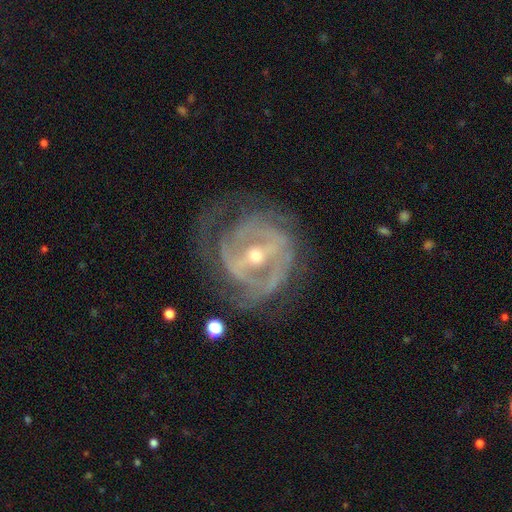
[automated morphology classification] smooth-or-featured: featured or disk: 88% | smooth: 7% | star or artifact: 6%
  disk-edge-on: no: 95% | yes: 5%
    bar: strong: 58% | weak: 30% | no: 12%
    has-spiral-arms: yes: 85% | no: 15%
      spiral-winding: tight: 52% | medium: 36% | loose: 12%
      spiral-arm-count: 2: 37% | can't tell: 30% | 3: 16% | 1: 6% | 4: 6% | more than 4: 4%
    bulge-size: small: 53% | moderate: 44% | large: 2% | none: 1% | dominant: 1%
  merging: none: 57% | major disturbance: 21% | minor disturbance: 20% | merger: 2%